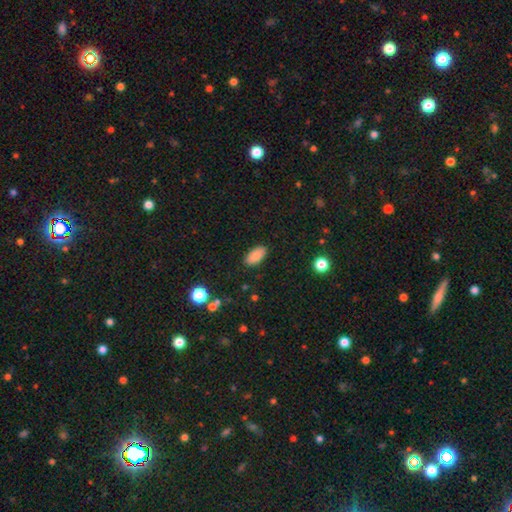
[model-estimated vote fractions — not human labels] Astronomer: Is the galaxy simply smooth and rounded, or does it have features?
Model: smooth — 86%.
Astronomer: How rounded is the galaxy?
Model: in between — 92%.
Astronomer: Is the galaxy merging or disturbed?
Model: none — 88%.